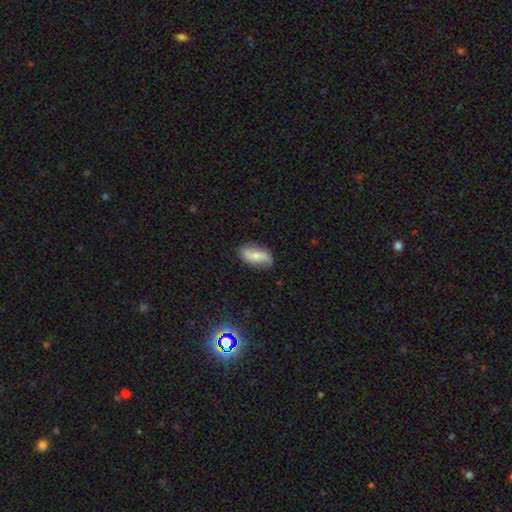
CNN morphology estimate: Smooth or featured?
  - smooth: 51% *
  - featured or disk: 41%
  - star or artifact: 7%
How rounded?
  - in between: 87% *
  - cigar-shaped: 9%
  - round: 4%
Merging?
  - none: 74% *
  - minor disturbance: 21%
  - major disturbance: 4%
  - merger: 1%